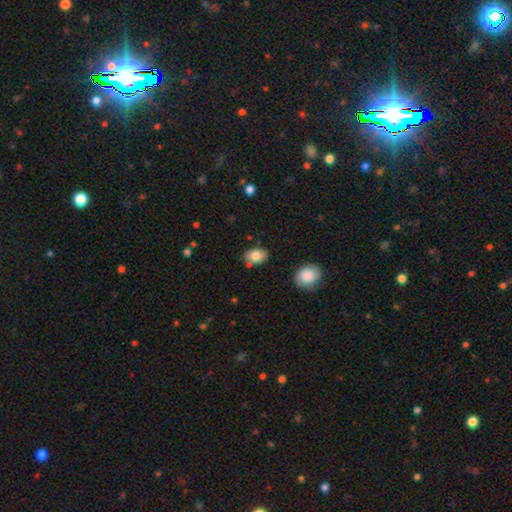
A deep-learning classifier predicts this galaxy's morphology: A smooth galaxy with no disk features (82%) that is in between round and cigar-shaped (80%). Merging: none (77%).